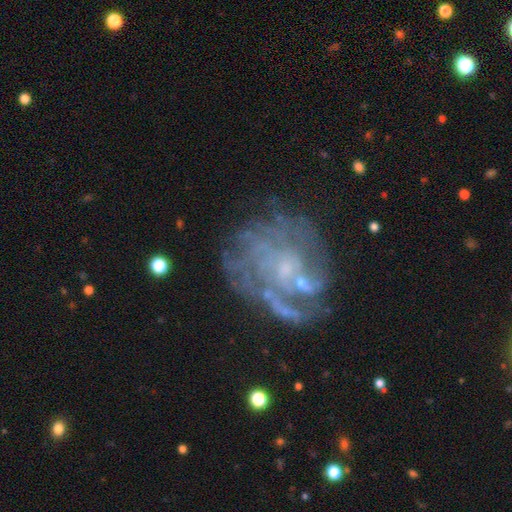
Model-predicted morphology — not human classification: This appears to be a featured or disk galaxy (79%) with no bar (69%), tight (48%) spiral arms (82%) and a small central bulge (52%). Merging: none (48%).